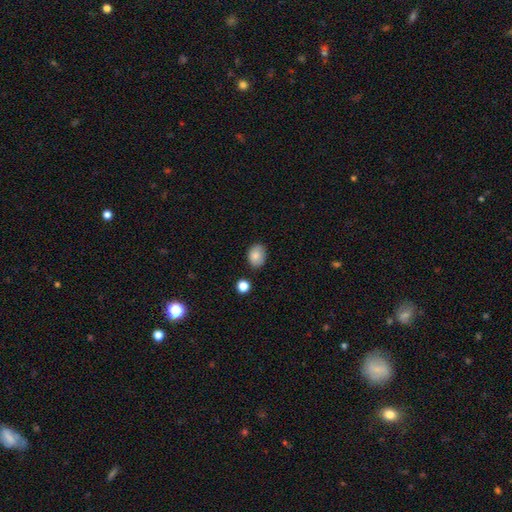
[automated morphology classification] This is clearly a smooth galaxy (84%). How rounded: likely in between (66%). Merging: likely none (78%).